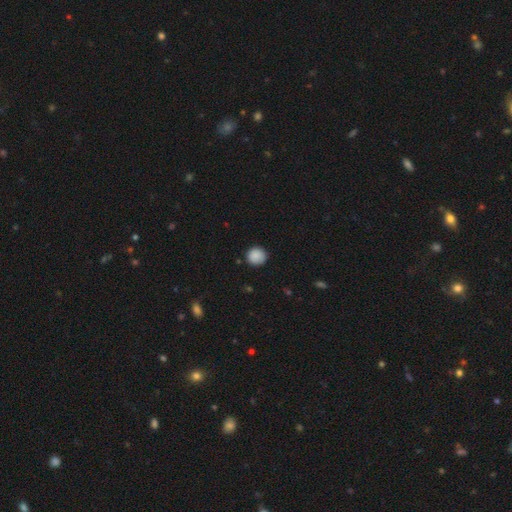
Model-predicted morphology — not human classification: Smooth or featured? smooth (88%)
How rounded? round (92%)
Merging? none (88%)